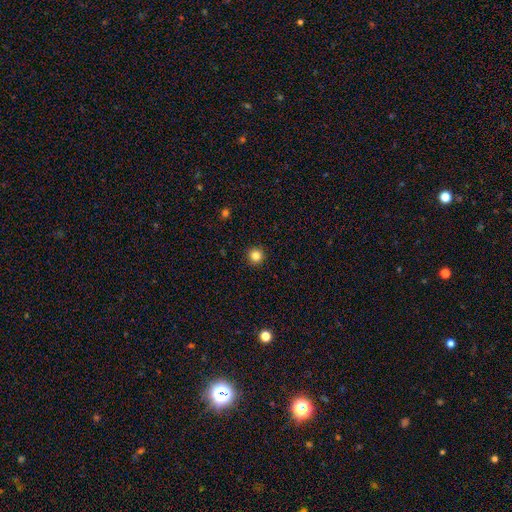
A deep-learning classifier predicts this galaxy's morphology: A smooth galaxy with no disk features (84%) that is round (96%).

Vote fractions:
- Smooth or featured? smooth: 84% / star or artifact: 12% / featured or disk: 4%
- How rounded? round: 96% / in between: 3% / cigar-shaped: 1%
- Merging? none: 93% / minor disturbance: 4% / major disturbance: 2% / merger: 1%